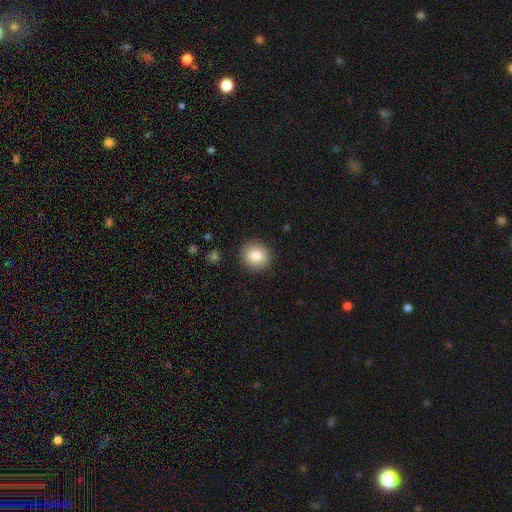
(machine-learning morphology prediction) Smooth or featured? Predicted: smooth (p=0.83). How rounded? Predicted: round (p=0.90). Merging? Predicted: none (p=0.91).